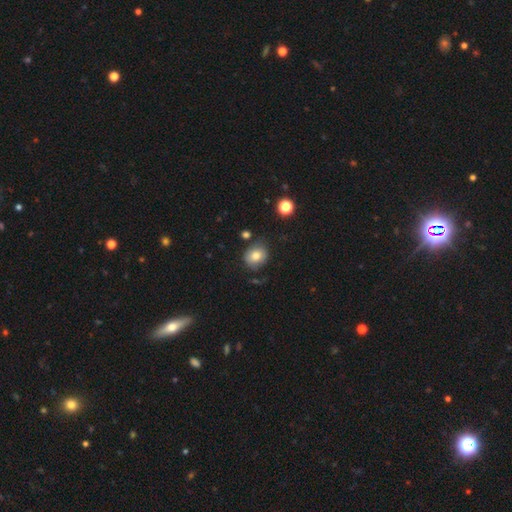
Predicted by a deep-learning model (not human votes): smooth 79%, featured or disk 11%, star or artifact 10%. Down the decision tree: how rounded — round (70%); merging — none (75%).